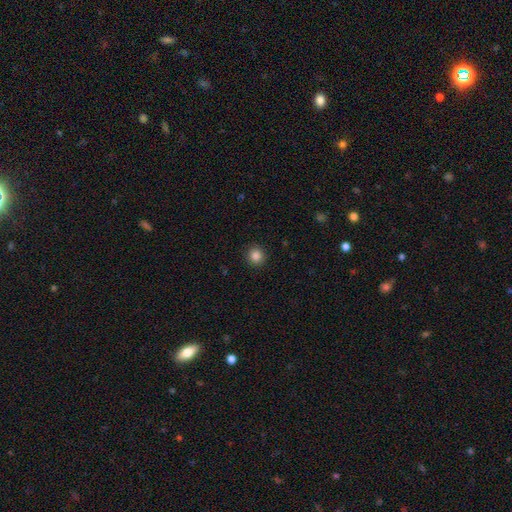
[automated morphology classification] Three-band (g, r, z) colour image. It shows a smooth galaxy with no disk features (85%) that is round (92%). Merging: none (91%).